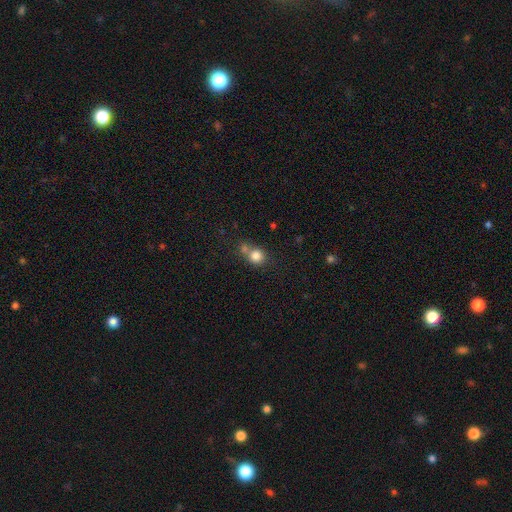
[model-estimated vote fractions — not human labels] smooth_or_featured: smooth (p=0.81) [alt: star or artifact p=0.11]
how_rounded: round (p=0.83) [alt: in between p=0.16]
merging: none (p=0.46) [alt: merger p=0.40]